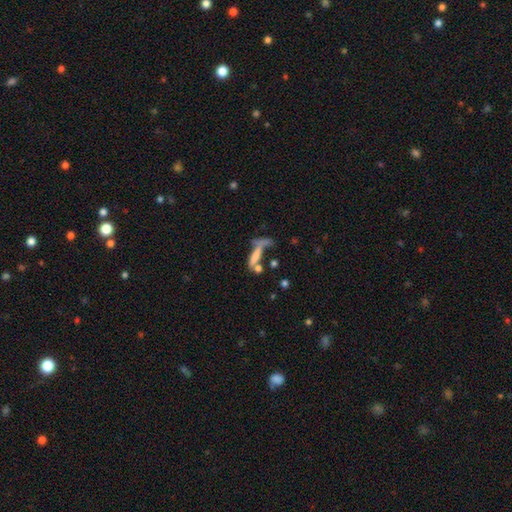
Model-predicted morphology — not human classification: A smooth galaxy with no disk features (58%) that is cigar-shaped (73%). Merging: merger (34%).